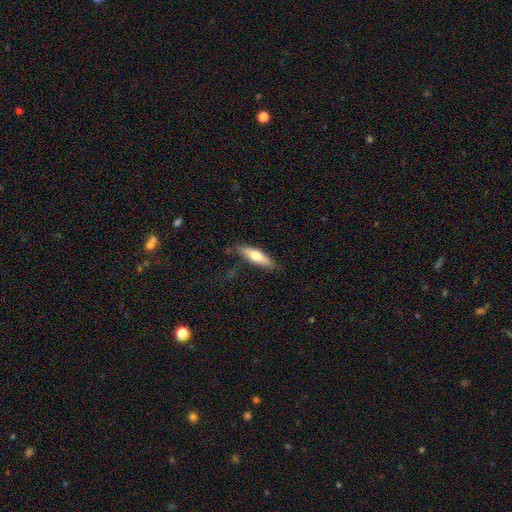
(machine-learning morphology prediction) Smooth or featured? Predicted: smooth (p=0.58). How rounded? Predicted: cigar-shaped (p=0.69). Merging? Predicted: none (p=0.83).